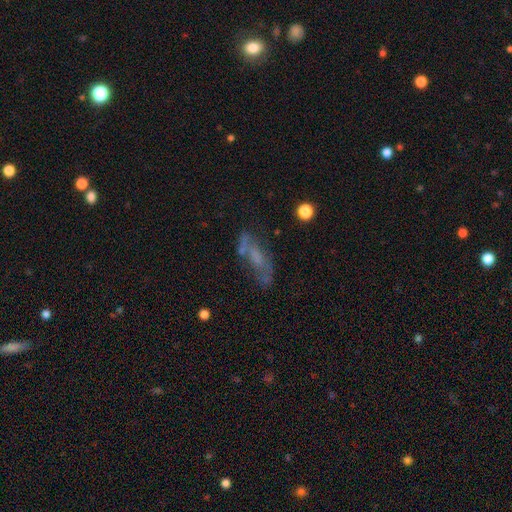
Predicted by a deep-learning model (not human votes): A featured or disk galaxy (52%).

Vote fractions:
- Smooth or featured? featured or disk: 52% / smooth: 34% / star or artifact: 14%
- Edge-on disk? no: 80% / yes: 20%
- Merging? none: 51% / minor disturbance: 21% / major disturbance: 19% / merger: 10%